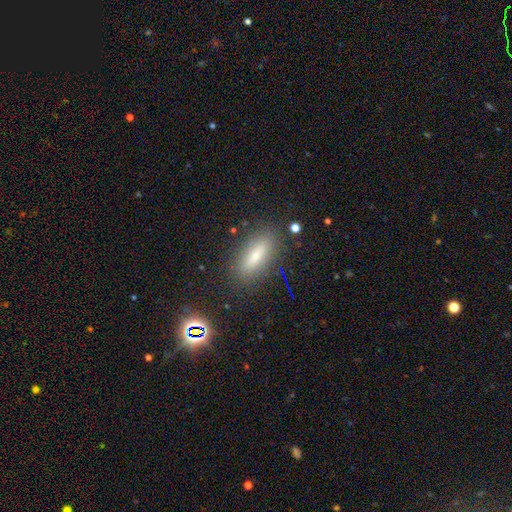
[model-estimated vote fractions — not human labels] smooth-or-featured: smooth: 71% | featured or disk: 18% | star or artifact: 11%
  how-rounded: in between: 56% | cigar-shaped: 42% | round: 3%
  merging: none: 85% | minor disturbance: 10% | major disturbance: 3% | merger: 2%